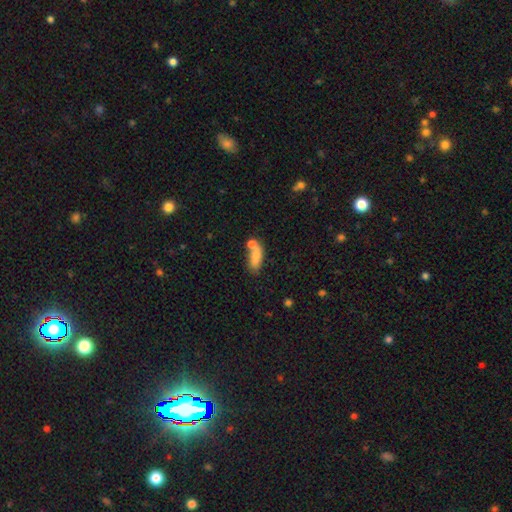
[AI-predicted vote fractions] Smooth or featured?
  - smooth: 80% *
  - featured or disk: 12%
  - star or artifact: 8%
How rounded?
  - in between: 62% *
  - cigar-shaped: 34%
  - round: 4%
Merging?
  - none: 47% *
  - merger: 31%
  - minor disturbance: 16%
  - major disturbance: 6%